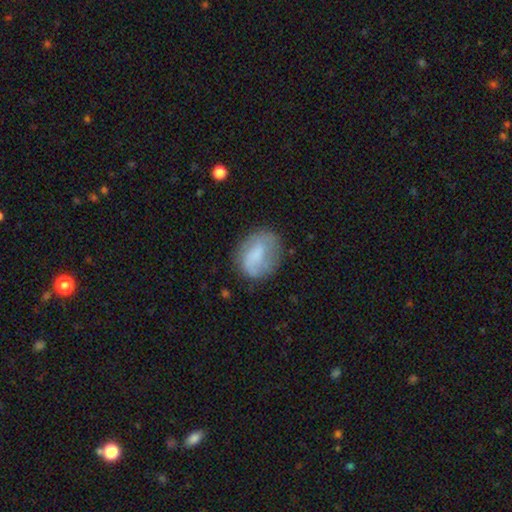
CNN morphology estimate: Overall: smooth (55%; featured or disk 37%). How rounded: in between (58%; round 40%). Merging: none (63%; minor disturbance 24%).